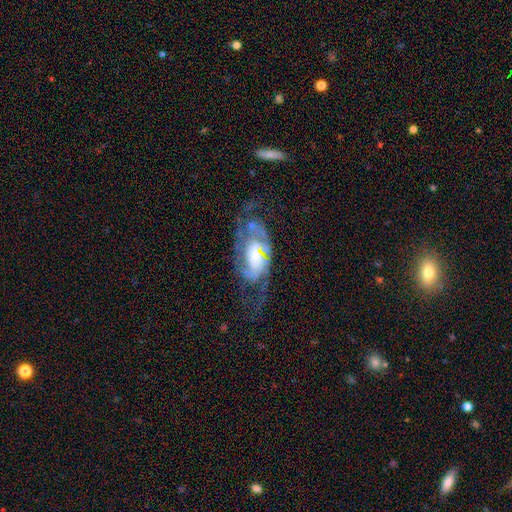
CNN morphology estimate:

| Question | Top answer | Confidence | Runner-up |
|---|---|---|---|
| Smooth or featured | featured or disk | 79% | smooth (14%) |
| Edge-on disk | no | 95% | yes (5%) |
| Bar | no | 61% | weak (30%) |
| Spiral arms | yes | 88% | no (12%) |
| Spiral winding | medium | 43% | tight (32%) |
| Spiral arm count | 2 | 51% | can't tell (23%) |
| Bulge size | moderate | 31% | large (26%) |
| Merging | none | 44% | major disturbance (32%) |